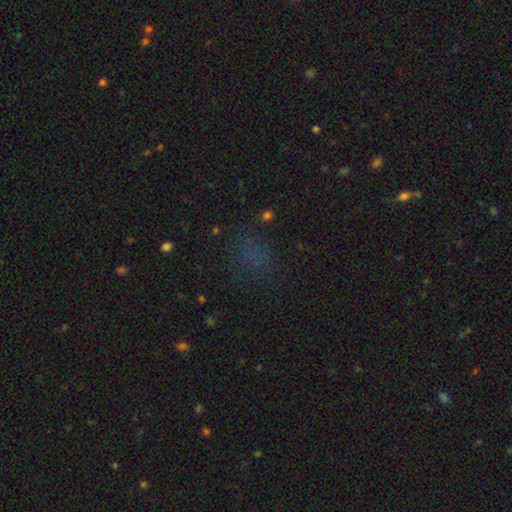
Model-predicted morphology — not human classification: Smooth or featured?
  - smooth: 48% *
  - star or artifact: 43%
  - featured or disk: 9%
Merging?
  - none: 76% *
  - minor disturbance: 13%
  - major disturbance: 8%
  - merger: 3%